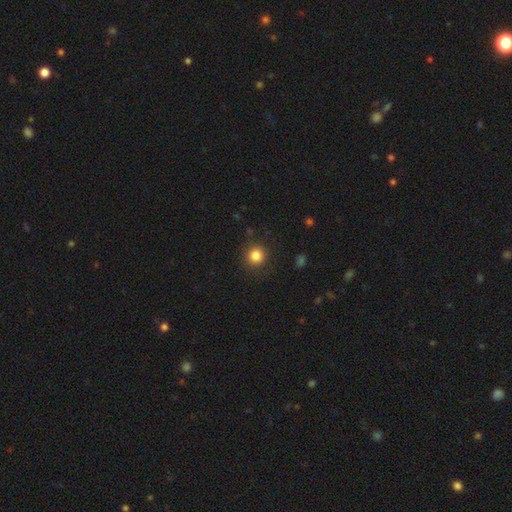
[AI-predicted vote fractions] smooth_or_featured: smooth (p=0.84) [alt: star or artifact p=0.12]
how_rounded: round (p=0.93) [alt: in between p=0.06]
merging: none (p=0.89) [alt: minor disturbance p=0.07]